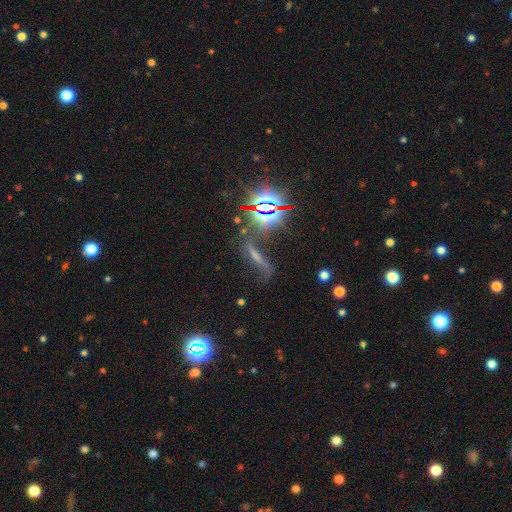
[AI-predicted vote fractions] Morphology: type=star or artifact (39%).